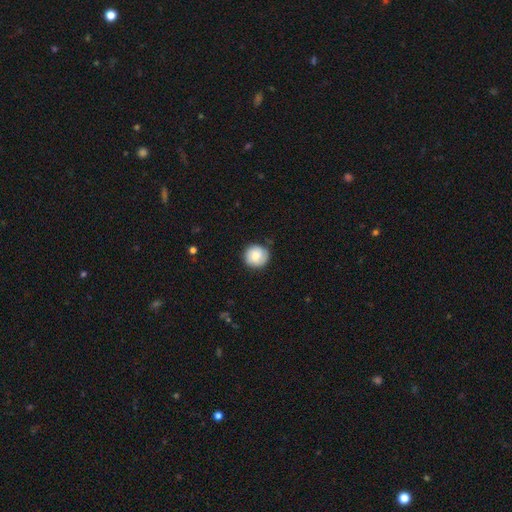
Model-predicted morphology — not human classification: Overall: smooth (74%). How rounded: round (92%). Merging: none (82%).